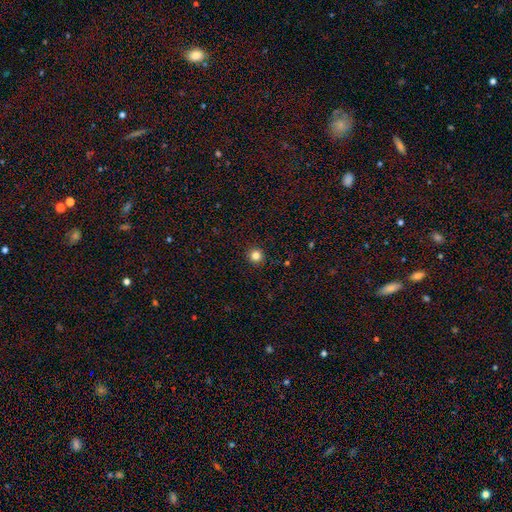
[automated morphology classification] Smooth or featured?
  - smooth: 82% *
  - star or artifact: 13%
  - featured or disk: 5%
How rounded?
  - round: 95% *
  - in between: 4%
  - cigar-shaped: 1%
Merging?
  - none: 93% *
  - minor disturbance: 5%
  - major disturbance: 2%
  - merger: 1%